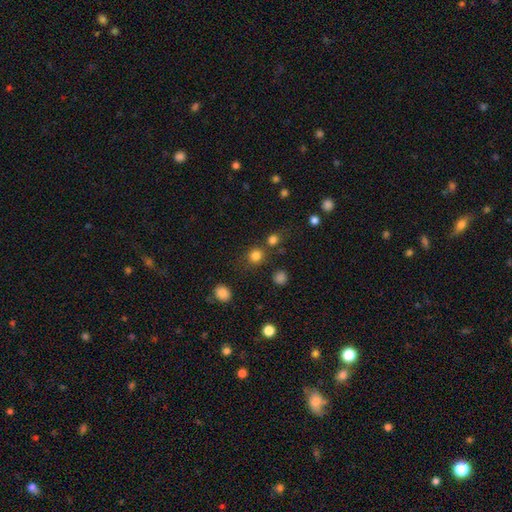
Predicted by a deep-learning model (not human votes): Overall: smooth (80%). How rounded: round (87%). Merging: none (75%).